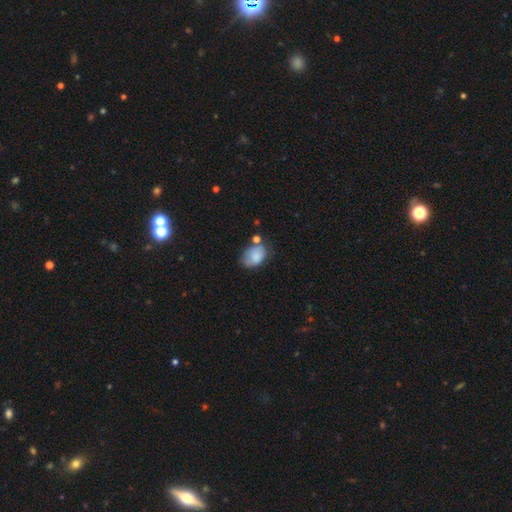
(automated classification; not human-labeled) smooth_or_featured: smooth (p=0.79) [alt: featured or disk p=0.12]
how_rounded: in between (p=0.82) [alt: round p=0.17]
merging: none (p=0.47) [alt: minor disturbance p=0.29]